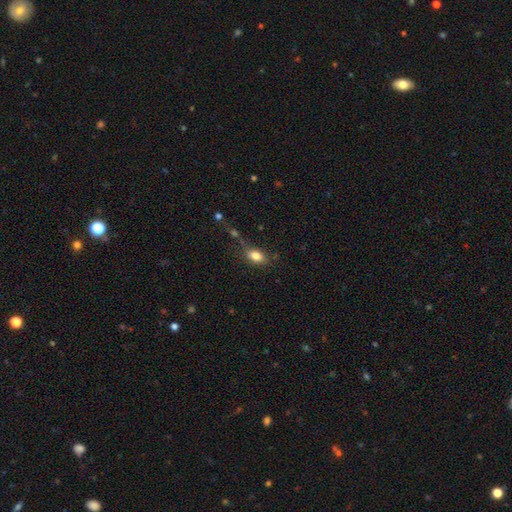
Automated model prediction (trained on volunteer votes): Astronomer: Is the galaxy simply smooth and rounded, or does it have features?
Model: smooth — 83%.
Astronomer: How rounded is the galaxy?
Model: in between — 86%.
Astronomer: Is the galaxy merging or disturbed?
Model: none — 65%.